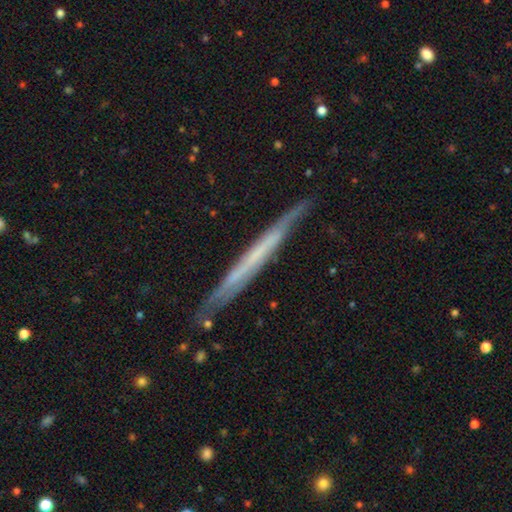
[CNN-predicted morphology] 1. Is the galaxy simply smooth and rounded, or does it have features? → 60% featured or disk, 34% smooth, 7% star or artifact.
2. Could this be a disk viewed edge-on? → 95% yes, 5% no.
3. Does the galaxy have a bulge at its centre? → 89% none, 7% rounded, 4% boxy.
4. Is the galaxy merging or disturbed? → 86% none, 11% minor disturbance, 2% major disturbance, 1% merger.